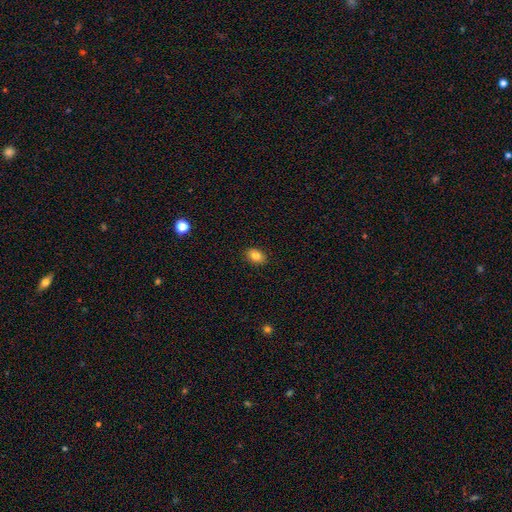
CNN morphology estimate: This is clearly a smooth galaxy (84%). How rounded: likely in between (73%). Merging: clearly none (89%).